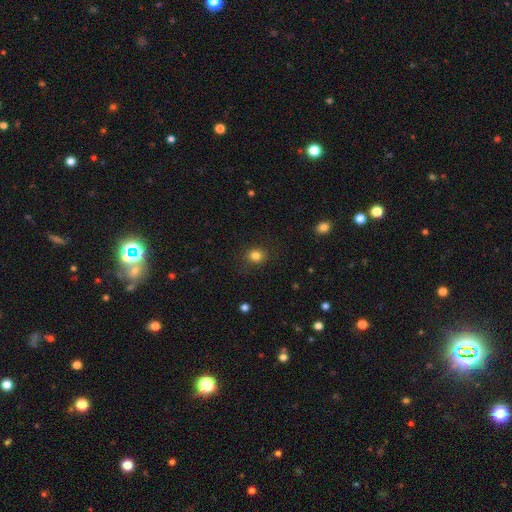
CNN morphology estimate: Smooth or featured: smooth — 83% (star or artifact — 12%)
How rounded: round — 73% (in between — 26%)
Merging: none — 86% (minor disturbance — 10%)